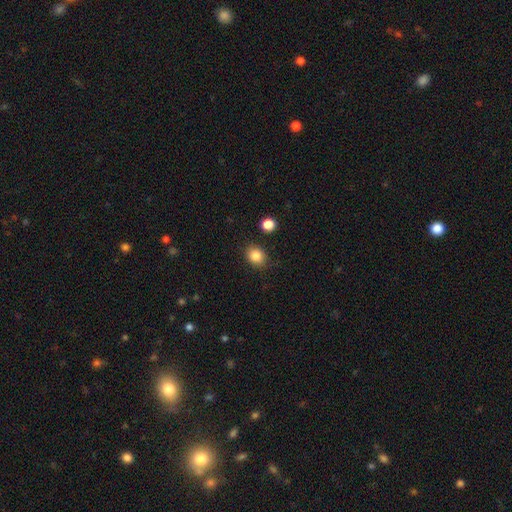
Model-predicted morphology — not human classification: Smooth or featured? smooth (84%)
How rounded? round (62%)
Merging? none (85%)